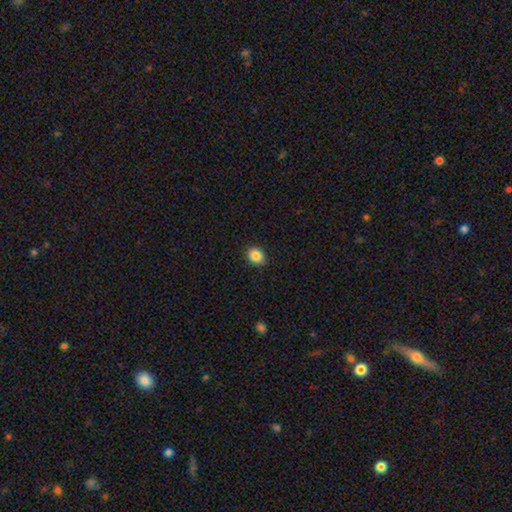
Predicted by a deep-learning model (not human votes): A smooth galaxy with no disk features (87%) that is round (51%). Merging: none (90%).